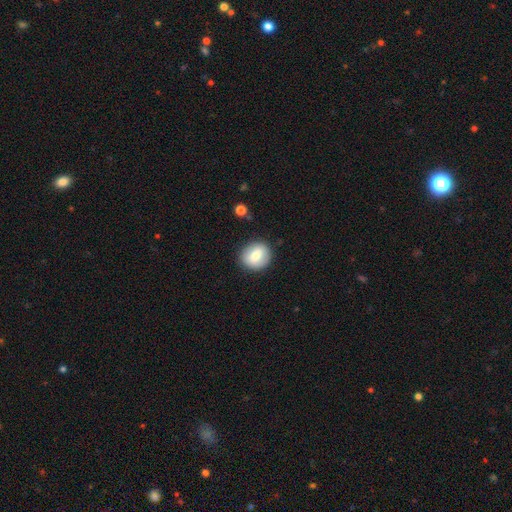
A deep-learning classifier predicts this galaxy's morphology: Q: Smooth or featured?
A: smooth (75%); runner-up: featured or disk (17%)
Q: How rounded?
A: round (78%); runner-up: in between (21%)
Q: Merging?
A: none (87%); runner-up: minor disturbance (9%)